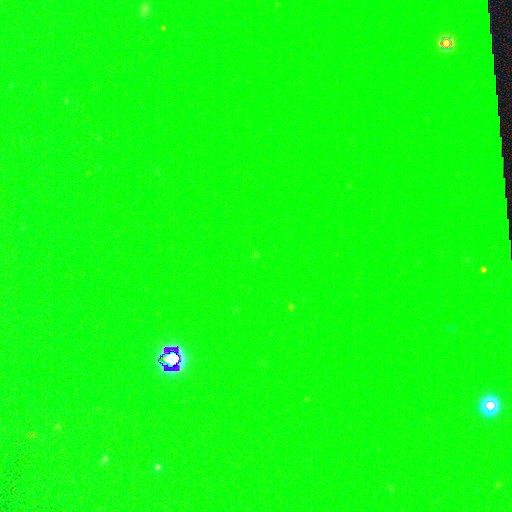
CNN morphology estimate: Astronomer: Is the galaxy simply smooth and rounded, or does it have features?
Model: star or artifact — 77%.